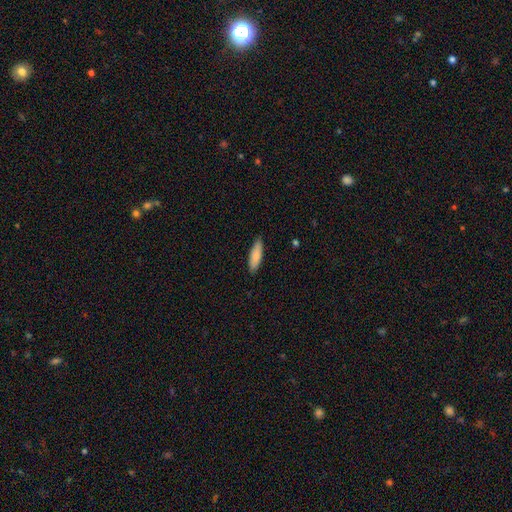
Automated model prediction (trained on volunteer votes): Morphology: type=smooth (85%); roundness=cigar-shaped (59%); merging=none (87%).